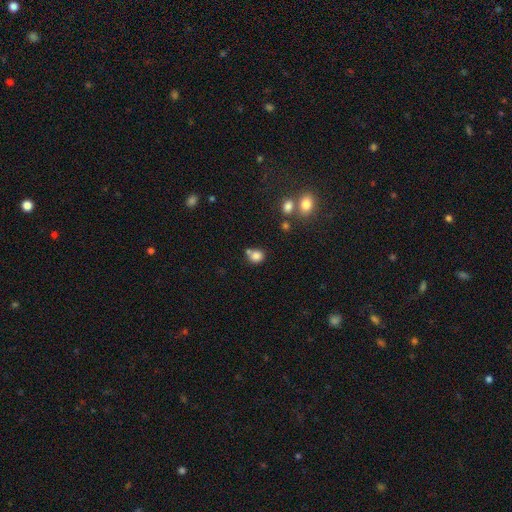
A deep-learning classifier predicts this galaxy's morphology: smooth-or-featured: smooth: 82% | star or artifact: 12% | featured or disk: 7%
  how-rounded: round: 77% | in between: 22% | cigar-shaped: 1%
  merging: none: 56% | merger: 25% | minor disturbance: 14% | major disturbance: 5%